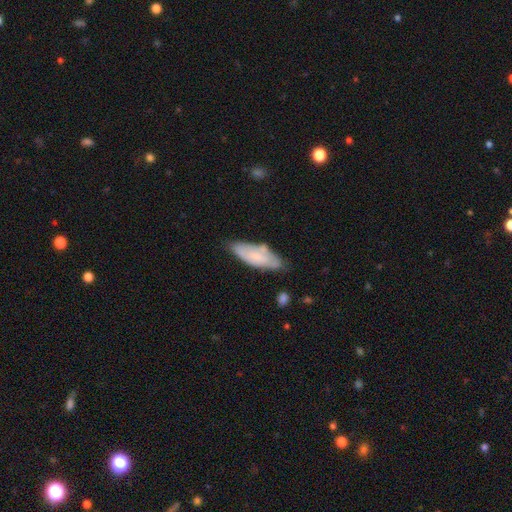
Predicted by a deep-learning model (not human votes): Smooth or featured?
  - smooth: 60% *
  - featured or disk: 32%
  - star or artifact: 7%
How rounded?
  - in between: 69% *
  - cigar-shaped: 29%
  - round: 2%
Merging?
  - none: 66% *
  - minor disturbance: 25%
  - major disturbance: 5%
  - merger: 4%